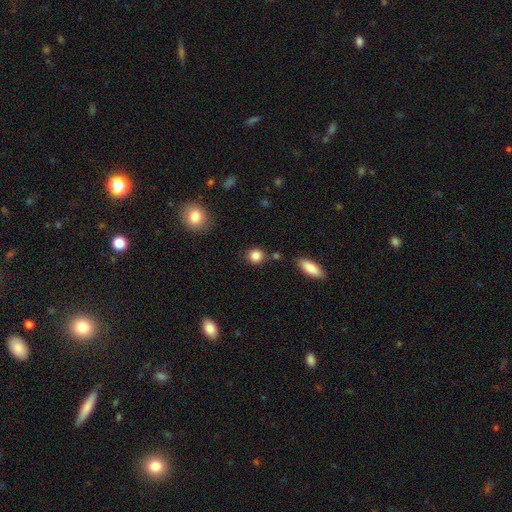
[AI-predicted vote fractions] Smooth or featured?
  - smooth: 86% *
  - star or artifact: 10%
  - featured or disk: 4%
How rounded?
  - round: 84% *
  - in between: 14%
  - cigar-shaped: 2%
Merging?
  - none: 82% *
  - minor disturbance: 10%
  - merger: 5%
  - major disturbance: 3%